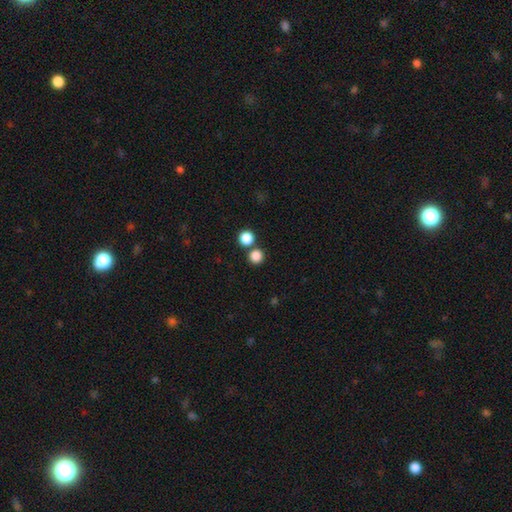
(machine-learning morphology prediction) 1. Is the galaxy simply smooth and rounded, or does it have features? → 84% smooth, 12% star or artifact, 4% featured or disk.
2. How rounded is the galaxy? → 93% round, 6% in between, 1% cigar-shaped.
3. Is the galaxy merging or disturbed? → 72% none, 20% merger, 6% minor disturbance, 2% major disturbance.